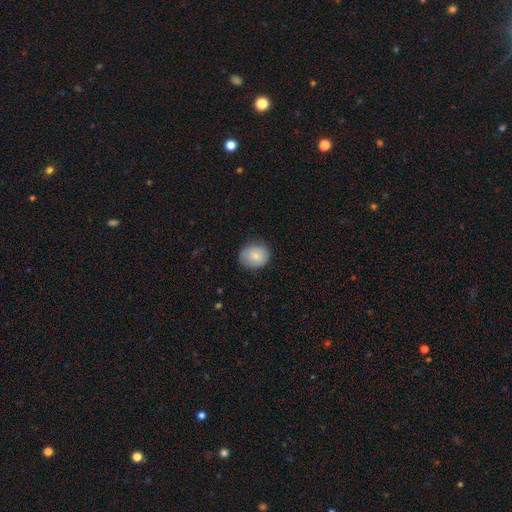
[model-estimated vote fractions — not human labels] This is clearly a smooth galaxy (80%). How rounded: likely round (70%). Merging: likely none (79%).